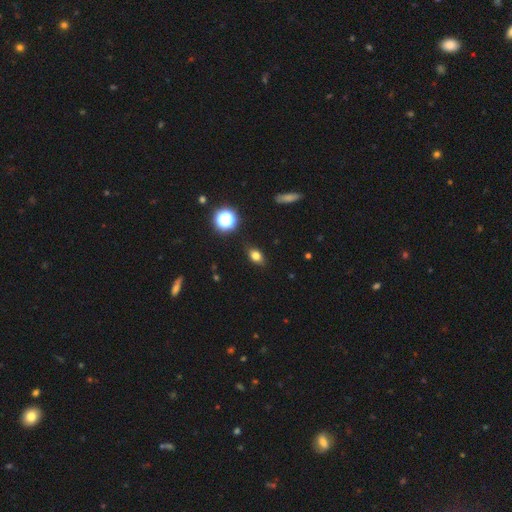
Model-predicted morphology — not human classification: Smooth or featured? Predicted: smooth (p=0.76). How rounded? Predicted: in between (p=0.73). Merging? Predicted: none (p=0.86).